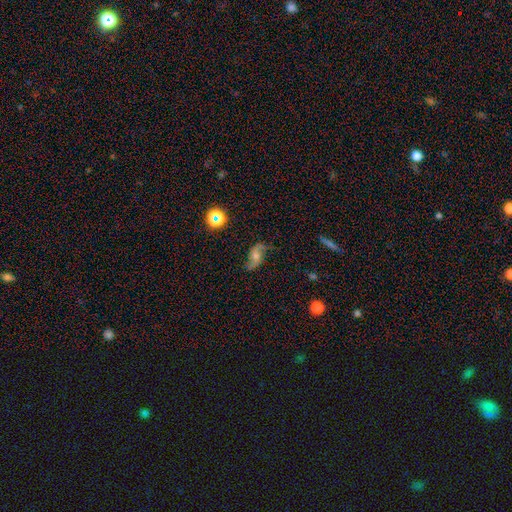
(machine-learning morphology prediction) A featured or disk galaxy (73%) with no bar (62%), 2 (91%) loose (79%) spiral arms (93%) and a moderate central bulge (56%).

Vote fractions:
- Smooth or featured? featured or disk: 73% / smooth: 15% / star or artifact: 11%
- Edge-on disk? no: 94% / yes: 6%
- Bar? no: 62% / weak: 29% / strong: 9%
- Spiral arms? yes: 93% / no: 7%
- Spiral winding? loose: 79% / medium: 16% / tight: 5%
- Spiral arm count? 2: 91% / can't tell: 3% / 1: 3% / 3: 1% / 4: 1% / more than 4: 1%
- Bulge size? moderate: 56% / small: 31% / large: 6% / none: 5% / dominant: 2%
- Merging? none: 74% / minor disturbance: 17% / major disturbance: 7% / merger: 2%